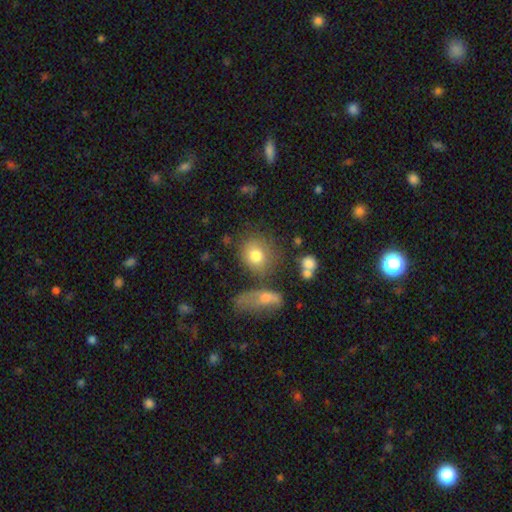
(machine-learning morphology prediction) smooth 77%, featured or disk 12%, star or artifact 11%. Down the decision tree: how rounded — round (70%); merging — none (61%).